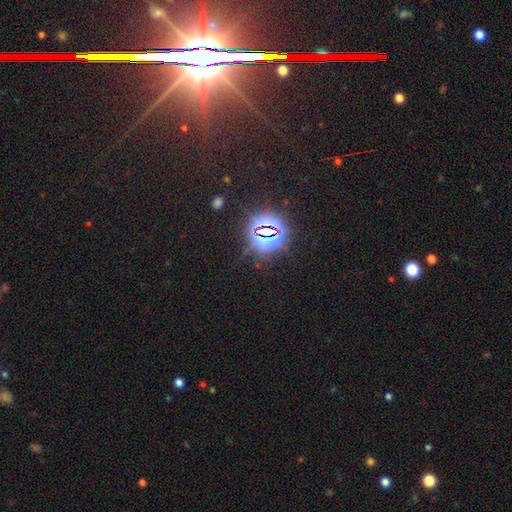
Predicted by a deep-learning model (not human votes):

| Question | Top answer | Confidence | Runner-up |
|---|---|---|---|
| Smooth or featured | star or artifact | 80% | smooth (11%) |